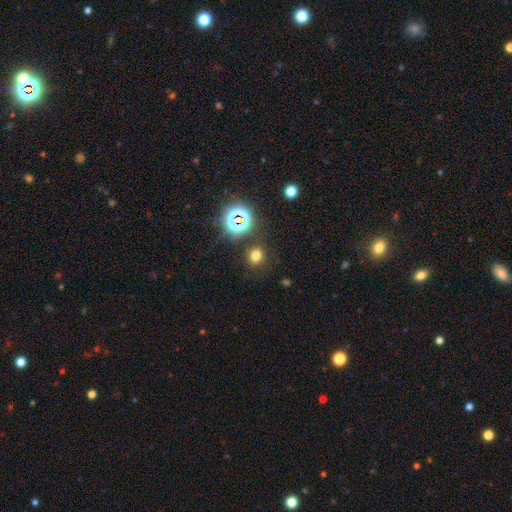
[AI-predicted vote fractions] Smooth or featured: smooth — 69% (star or artifact — 25%)
How rounded: round — 71% (in between — 28%)
Merging: none — 85% (minor disturbance — 8%)